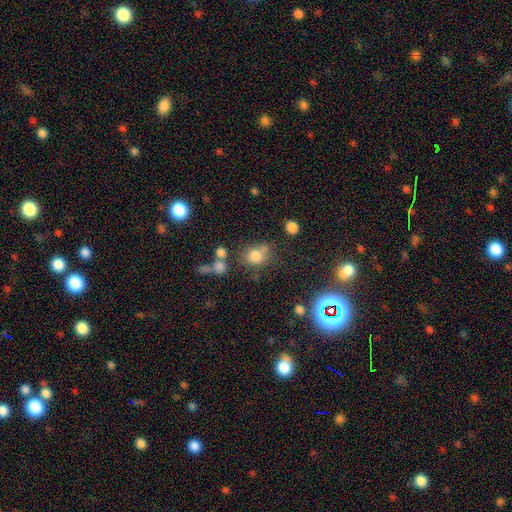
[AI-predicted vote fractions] Smooth or featured: smooth — 75% (star or artifact — 15%)
How rounded: round — 67% (in between — 32%)
Merging: none — 50% (merger — 24%)